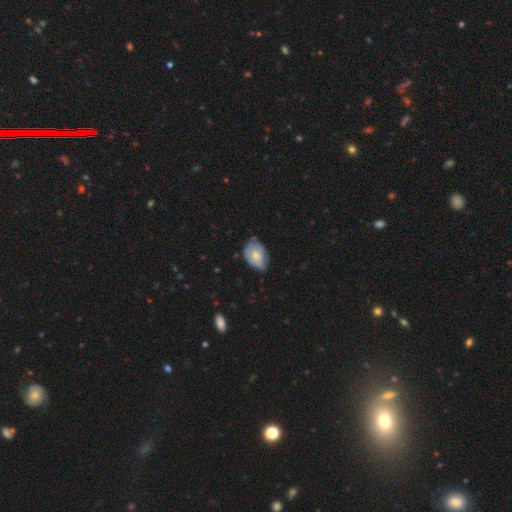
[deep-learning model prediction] Smooth or featured? smooth (65%)
How rounded? in between (80%)
Merging? none (48%)